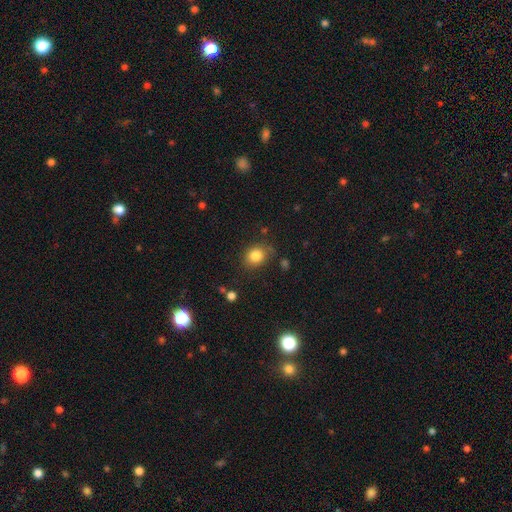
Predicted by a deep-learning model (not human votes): This is clearly a smooth galaxy (84%). How rounded: likely round (62%). Merging: likely none (77%).